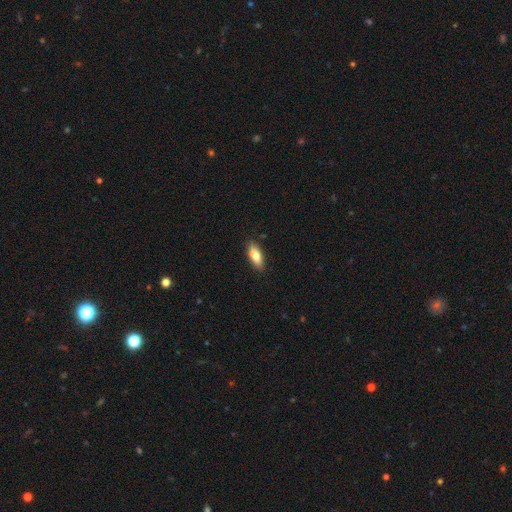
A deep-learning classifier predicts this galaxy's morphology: Smooth or featured: smooth — 80% (featured or disk — 14%)
How rounded: in between — 78% (cigar-shaped — 20%)
Merging: none — 85% (minor disturbance — 12%)